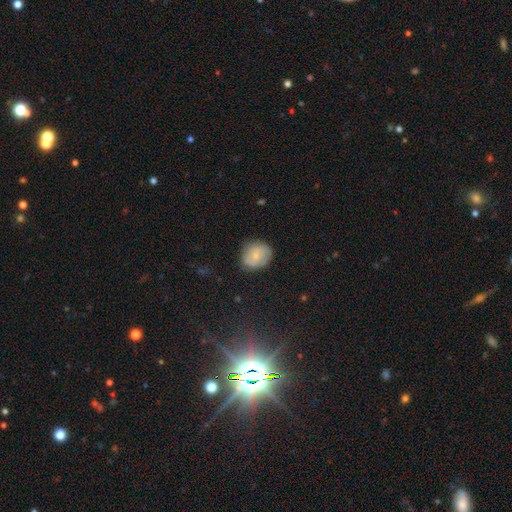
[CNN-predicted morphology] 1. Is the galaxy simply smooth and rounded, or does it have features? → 60% smooth, 31% featured or disk, 8% star or artifact.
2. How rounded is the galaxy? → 67% round, 32% in between, 1% cigar-shaped.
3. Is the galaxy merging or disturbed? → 74% none, 19% minor disturbance, 5% major disturbance, 1% merger.